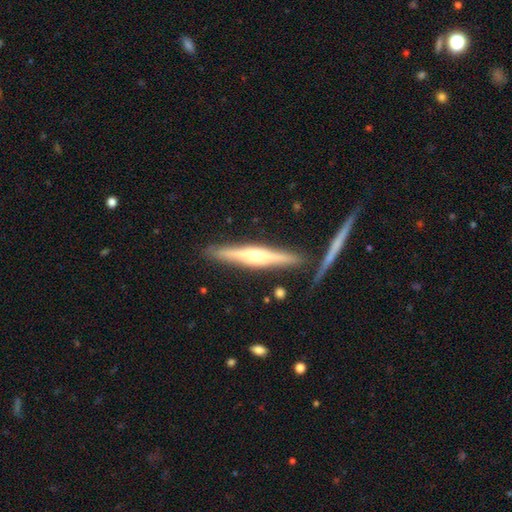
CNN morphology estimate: A featured or disk galaxy (72%) viewed edge-on (96%) with a rounded central bulge (83%).

Vote fractions:
- Smooth or featured? featured or disk: 72% / smooth: 22% / star or artifact: 6%
- Edge-on disk? yes: 96% / no: 4%
- Edge-on bulge? rounded: 83% / boxy: 9% / none: 8%
- Merging? none: 83% / minor disturbance: 9% / merger: 6% / major disturbance: 2%